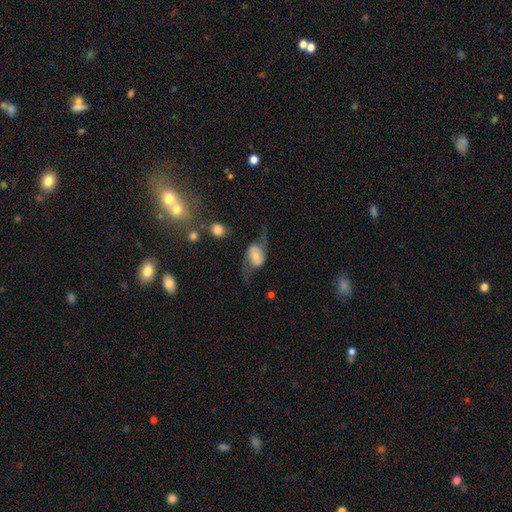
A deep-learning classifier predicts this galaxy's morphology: Q: Smooth or featured?
A: featured or disk (64%); runner-up: smooth (29%)
Q: Edge-on disk?
A: no (91%); runner-up: yes (9%)
Q: Bar?
A: no (48%); runner-up: weak (34%)
Q: Spiral arms?
A: yes (82%); runner-up: no (18%)
Q: Bulge size?
A: small (40%); runner-up: moderate (38%)
Q: Merging?
A: none (47%); runner-up: major disturbance (27%)